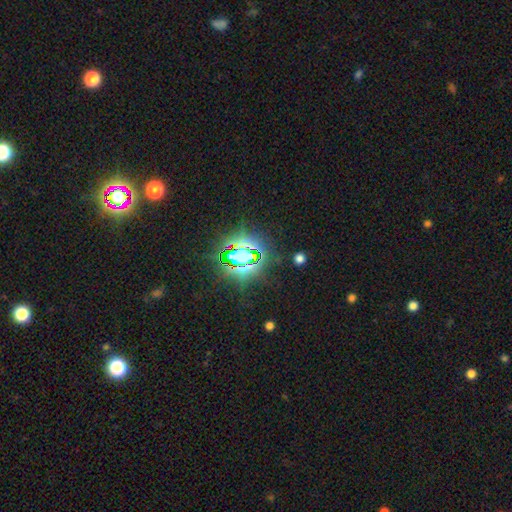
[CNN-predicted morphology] star or artifact 83%, smooth 10%, featured or disk 6%.